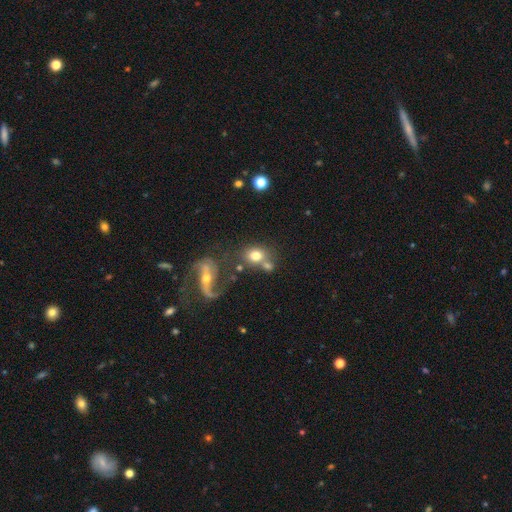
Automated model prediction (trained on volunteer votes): Morphology: type=smooth (68%); roundness=round (61%); merging=none (48%).